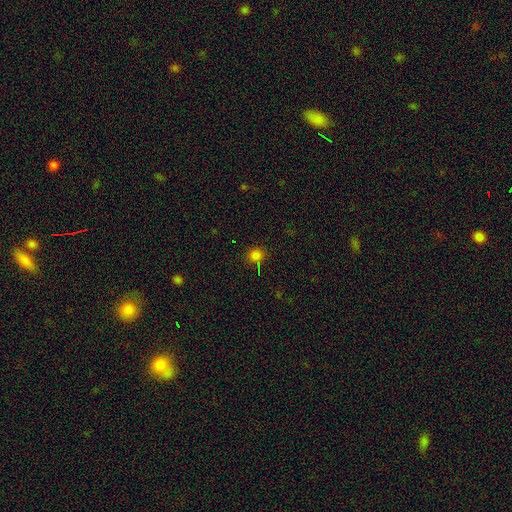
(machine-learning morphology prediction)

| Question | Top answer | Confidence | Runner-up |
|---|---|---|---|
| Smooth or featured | smooth | 76% | star or artifact (20%) |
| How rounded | round | 74% | in between (25%) |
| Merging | none | 82% | minor disturbance (11%) |